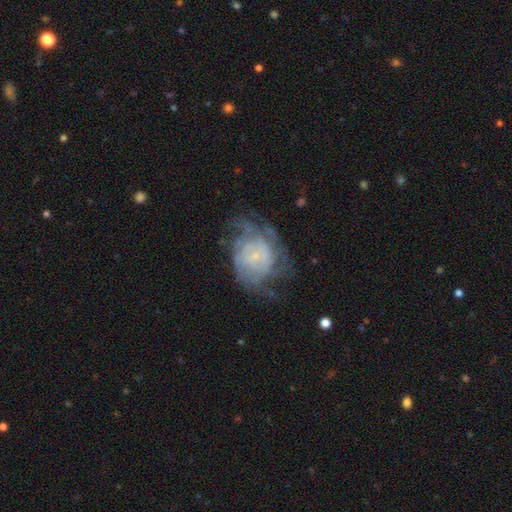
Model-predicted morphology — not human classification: The model was most divided on "spiral winding": tight: 53%, medium: 32%, loose: 15%. Remaining: edge-on disk — no (97%); bulge size — small (78%); bar — no (77%); spiral arms — yes (77%); smooth or featured — featured or disk (71%); spiral arm count — can't tell (52%); merging — none (49%).